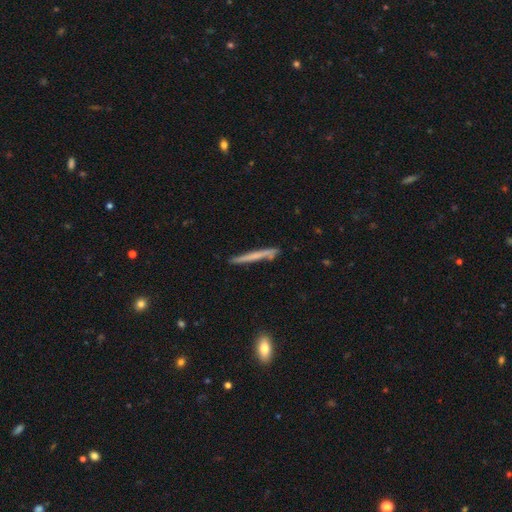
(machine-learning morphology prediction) A smooth galaxy with no disk features (48%). Merging: none (83%).